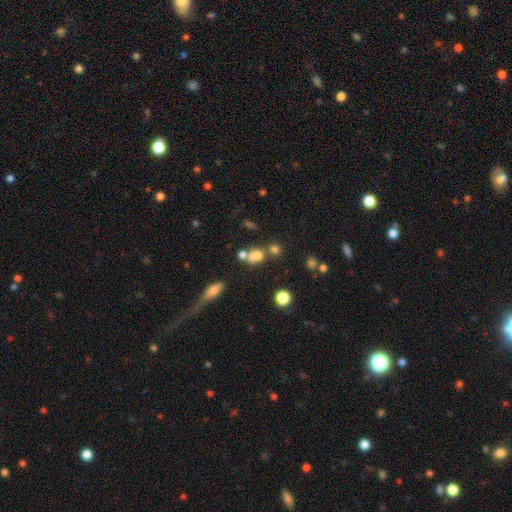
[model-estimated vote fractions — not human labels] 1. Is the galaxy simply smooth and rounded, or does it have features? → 65% smooth, 17% featured or disk, 17% star or artifact.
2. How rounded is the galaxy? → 70% round, 28% in between, 2% cigar-shaped.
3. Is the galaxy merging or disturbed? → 49% merger, 37% none, 8% minor disturbance, 5% major disturbance.